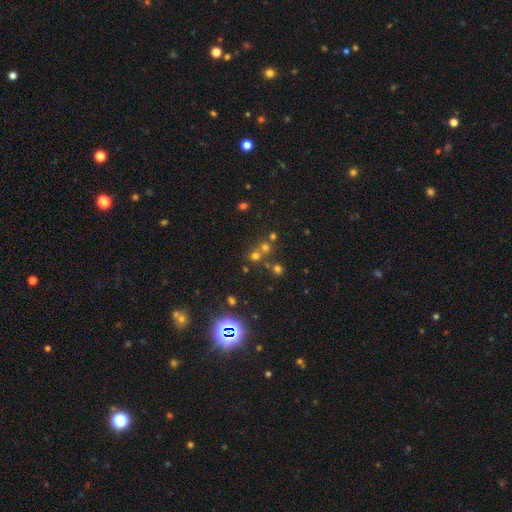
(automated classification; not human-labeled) Overall: smooth (49%; star or artifact 39%). Merging: none (56%; merger 33%).